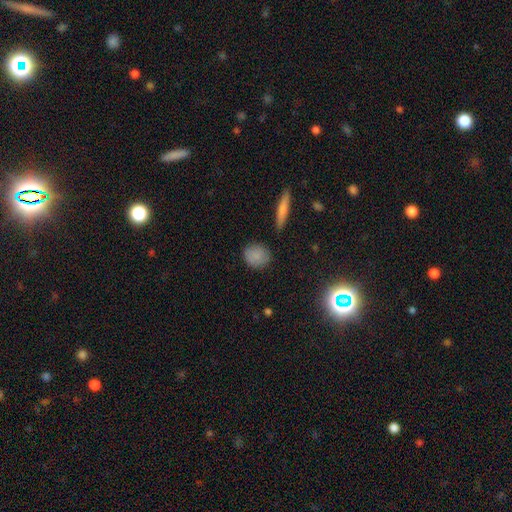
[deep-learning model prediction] smooth 85%, star or artifact 8%, featured or disk 6%. Down the decision tree: how rounded — round (72%); merging — none (86%).